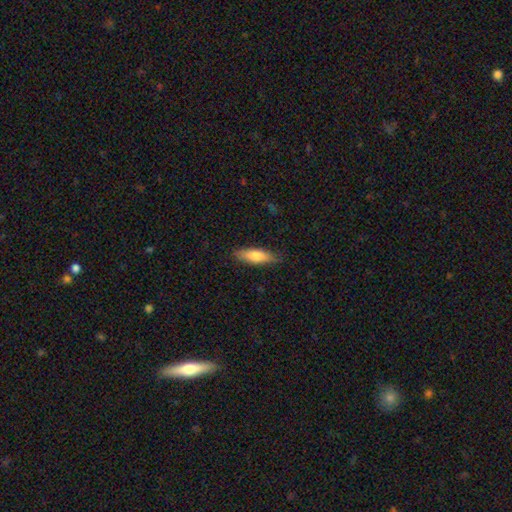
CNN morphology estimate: This appears to be a smooth galaxy with no disk features (74%) that is cigar-shaped (51%). Merging: none (85%).